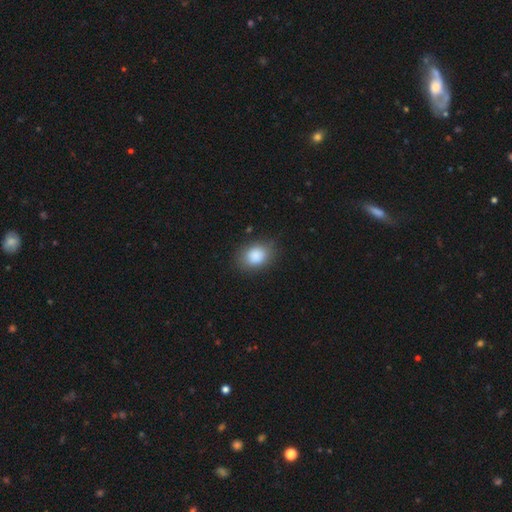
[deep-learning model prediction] Smooth or featured? smooth (86%)
How rounded? in between (60%)
Merging? none (78%)